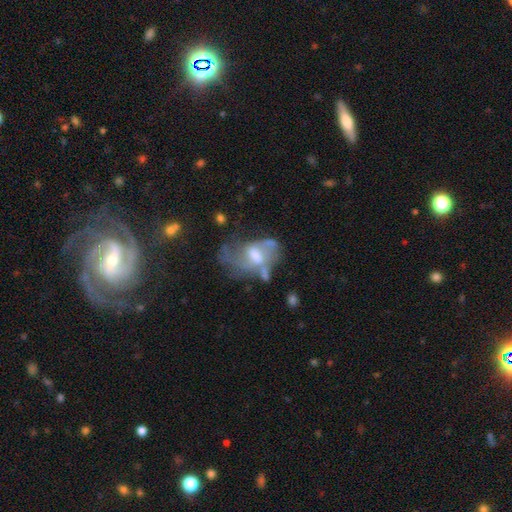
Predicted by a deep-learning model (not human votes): smooth_or_featured: featured or disk (p=0.68) [alt: smooth p=0.22]
disk_edge_on: no (p=0.96) [alt: yes p=0.04]
bar: weak (p=0.48) [alt: no p=0.39]
has_spiral_arms: yes (p=0.64) [alt: no p=0.36]
bulge_size: moderate (p=0.55) [alt: small p=0.19]
merging: major disturbance (p=0.36) [alt: none p=0.29]